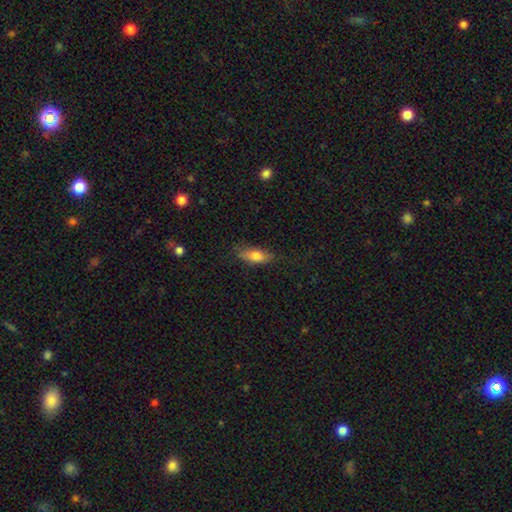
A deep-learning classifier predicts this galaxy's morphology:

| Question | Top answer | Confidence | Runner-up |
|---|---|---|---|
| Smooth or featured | smooth | 75% | featured or disk (17%) |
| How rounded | in between | 76% | cigar-shaped (20%) |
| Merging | none | 73% | minor disturbance (20%) |